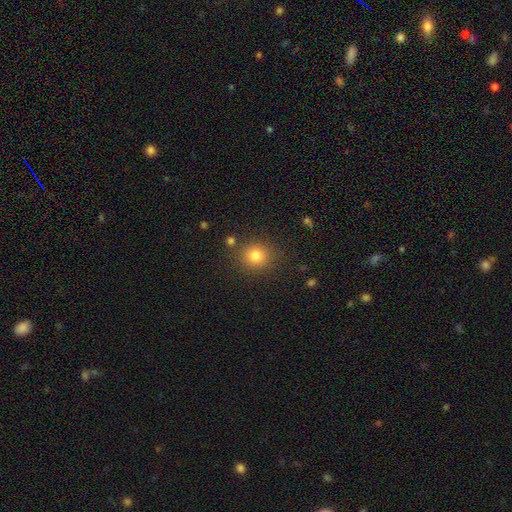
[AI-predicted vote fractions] Smooth or featured: smooth — 81% (star or artifact — 13%)
How rounded: round — 86% (in between — 13%)
Merging: none — 85% (minor disturbance — 9%)